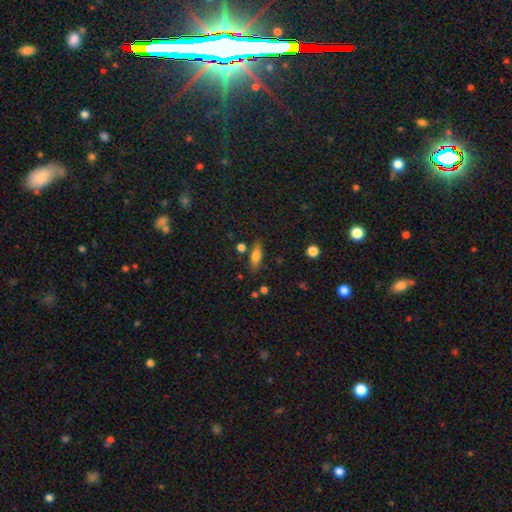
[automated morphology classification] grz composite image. It shows a smooth galaxy with no disk features (74%) that is in between round and cigar-shaped (66%). Merging: none (74%).